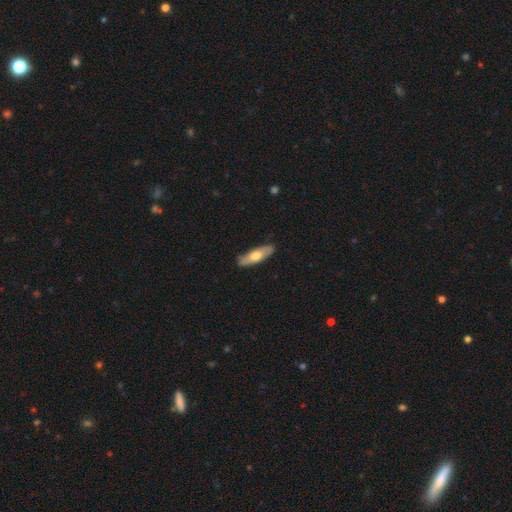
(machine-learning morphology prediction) Overall: smooth (58%; featured or disk 37%). How rounded: cigar-shaped (51%; in between 46%). Merging: none (86%).